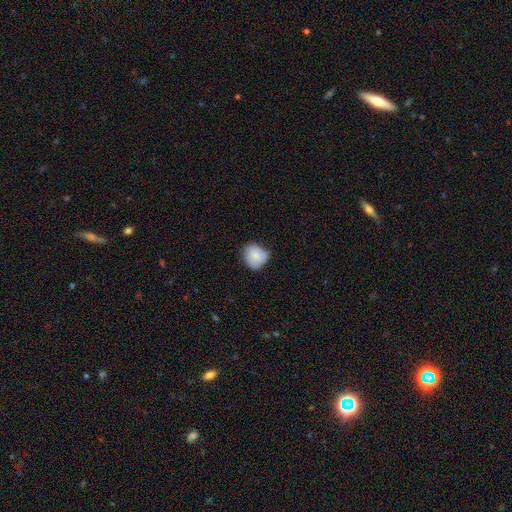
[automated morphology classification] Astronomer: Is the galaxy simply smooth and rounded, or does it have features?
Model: smooth — 81%.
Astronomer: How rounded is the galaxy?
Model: round — 71%.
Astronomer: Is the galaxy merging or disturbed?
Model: none — 52% (runner-up: minor disturbance, 39%).